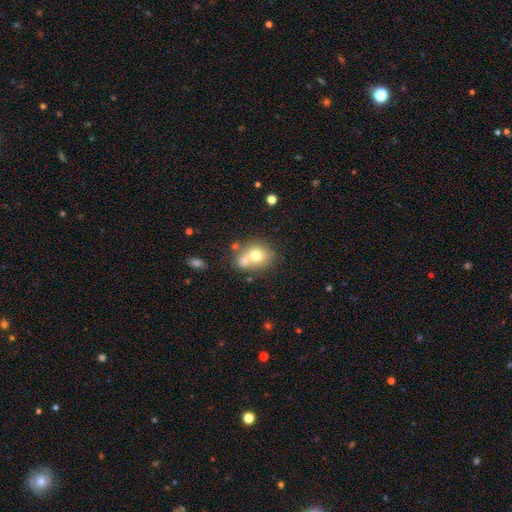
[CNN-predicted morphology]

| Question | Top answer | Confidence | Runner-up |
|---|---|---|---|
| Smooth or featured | smooth | 69% | featured or disk (20%) |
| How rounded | round | 67% | in between (32%) |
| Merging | merger | 49% | none (35%) |